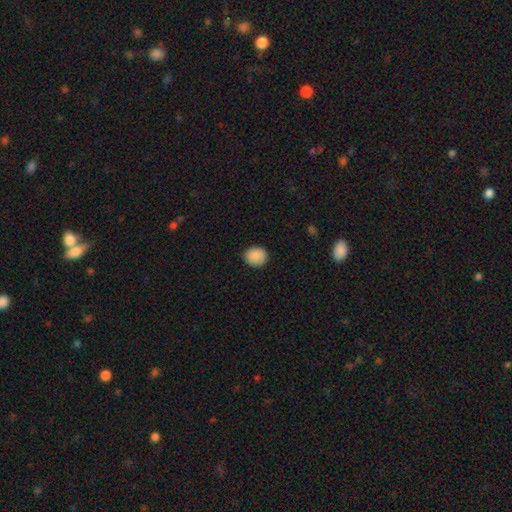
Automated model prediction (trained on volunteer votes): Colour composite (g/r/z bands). It shows a smooth galaxy with no disk features (89%) that is round (83%). Merging: none (90%).